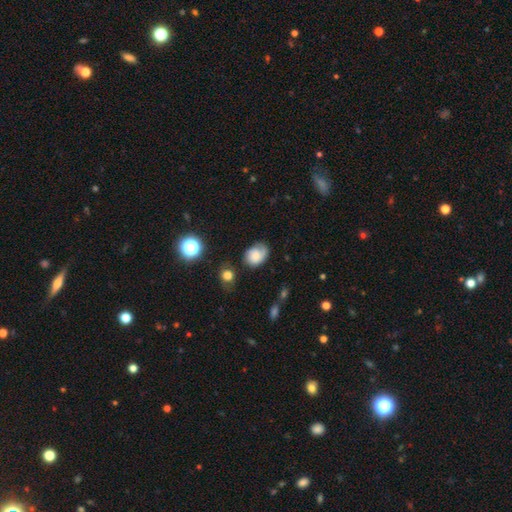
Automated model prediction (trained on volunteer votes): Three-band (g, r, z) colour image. It shows a smooth galaxy with no disk features (57%) that is in between round and cigar-shaped (64%). Merging: none (58%).